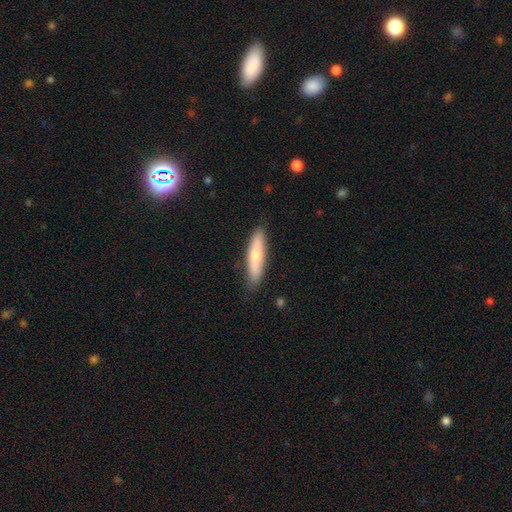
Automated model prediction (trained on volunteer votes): smooth_or_featured: smooth (p=0.67) [alt: featured or disk p=0.27]
how_rounded: cigar-shaped (p=0.75) [alt: in between p=0.24]
merging: none (p=0.83) [alt: minor disturbance p=0.13]